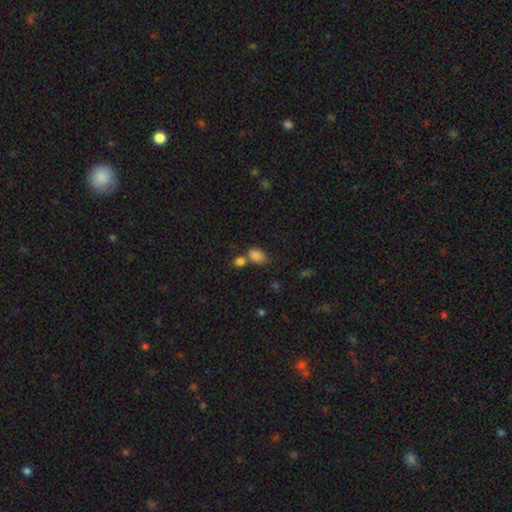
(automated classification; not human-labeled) The model was most divided on "merging": none: 45%, merger: 36%, minor disturbance: 14%, major disturbance: 6%. More confident: smooth or featured — smooth (84%); how rounded — in between (79%).